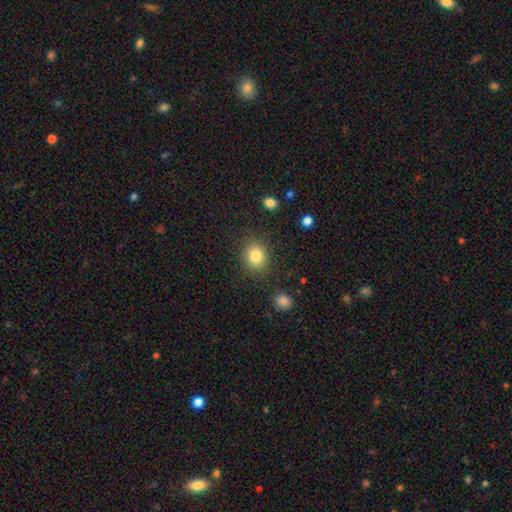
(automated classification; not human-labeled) This appears to be a smooth galaxy with no disk features (83%) that is round (69%). Merging: none (83%).